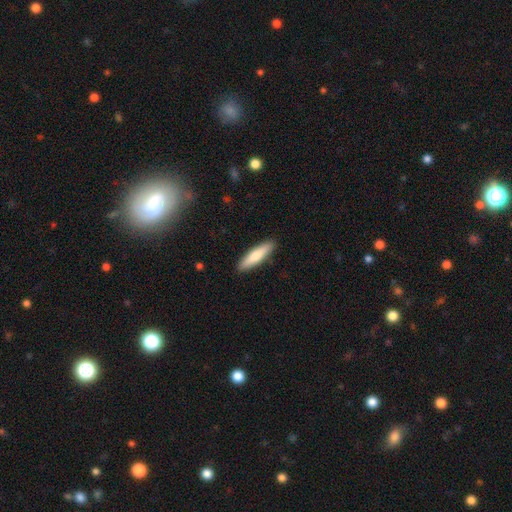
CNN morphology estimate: Q: Smooth or featured?
A: smooth (71%); runner-up: featured or disk (24%)
Q: How rounded?
A: cigar-shaped (75%); runner-up: in between (24%)
Q: Merging?
A: none (90%); runner-up: minor disturbance (7%)